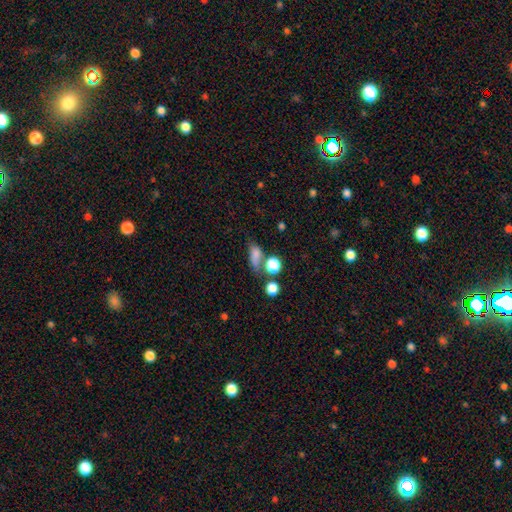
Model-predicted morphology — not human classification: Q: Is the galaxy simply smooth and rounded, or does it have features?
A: smooth — 75%.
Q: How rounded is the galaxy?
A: in between — 68%.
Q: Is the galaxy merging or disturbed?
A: none — 43%.